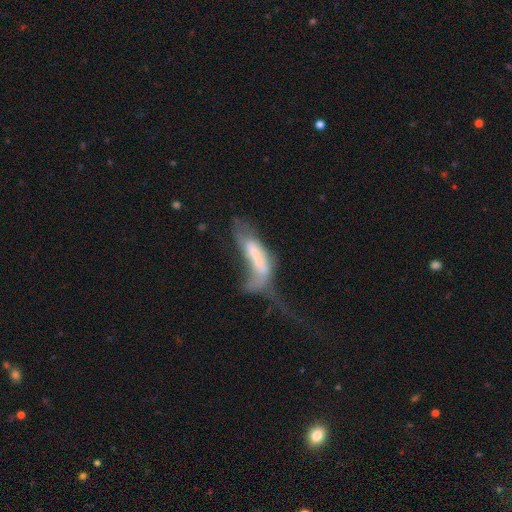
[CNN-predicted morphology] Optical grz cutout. It shows a featured or disk galaxy (51%). Merging: merger (42%).